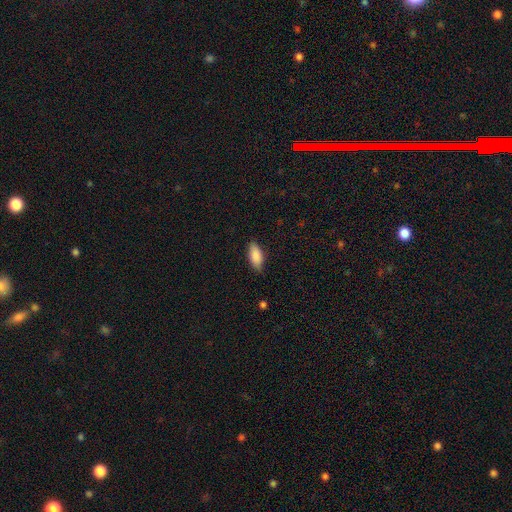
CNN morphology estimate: Q: Smooth or featured?
A: smooth (87%); runner-up: featured or disk (6%)
Q: How rounded?
A: in between (85%); runner-up: cigar-shaped (13%)
Q: Merging?
A: none (82%); runner-up: minor disturbance (14%)